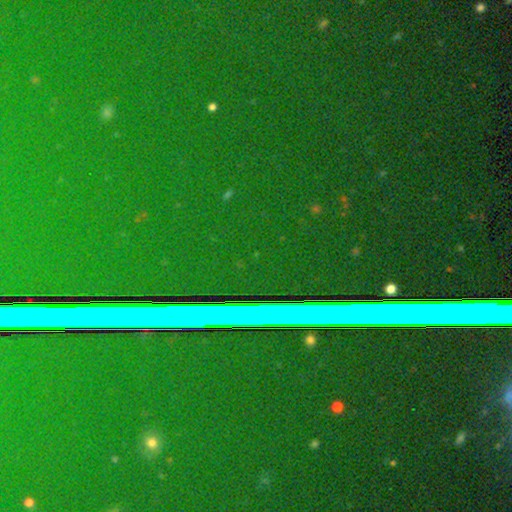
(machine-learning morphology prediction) Q: Smooth or featured?
A: star or artifact (84%); runner-up: smooth (8%)